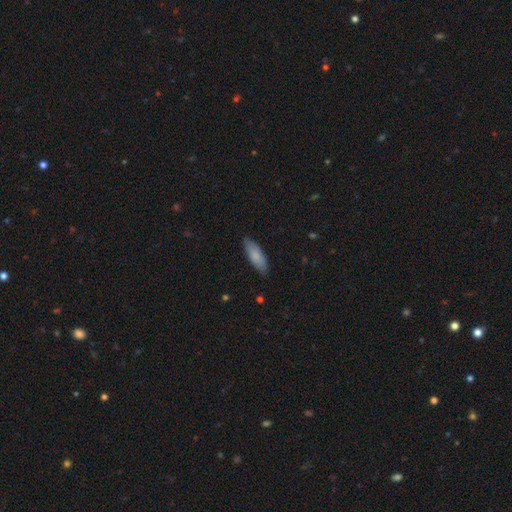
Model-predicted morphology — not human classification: A smooth galaxy with no disk features (81%) that is in between round and cigar-shaped (62%).

Vote fractions:
- Smooth or featured? smooth: 81% / featured or disk: 14% / star or artifact: 6%
- How rounded? in between: 62% / cigar-shaped: 36% / round: 2%
- Merging? none: 84% / minor disturbance: 13% / major disturbance: 2% / merger: 1%